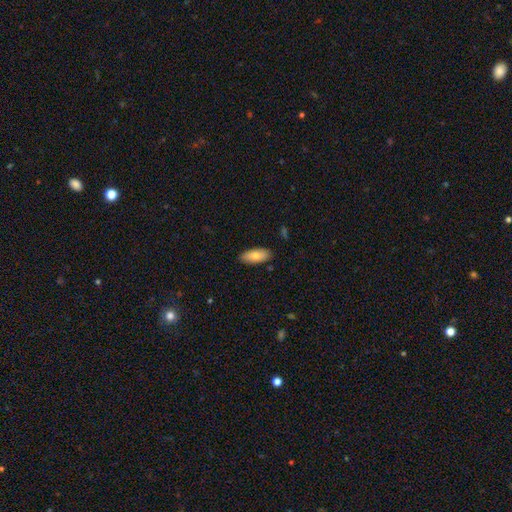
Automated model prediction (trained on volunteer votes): The model was most divided on "smooth or featured": smooth: 78%, featured or disk: 15%, star or artifact: 6%. More confident: how rounded — in between (87%); merging — none (87%).